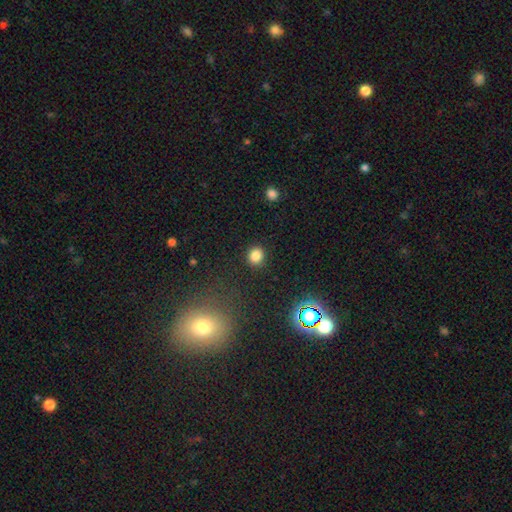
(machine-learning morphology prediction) type=smooth (82%); roundness=round (83%); merging=none (90%).